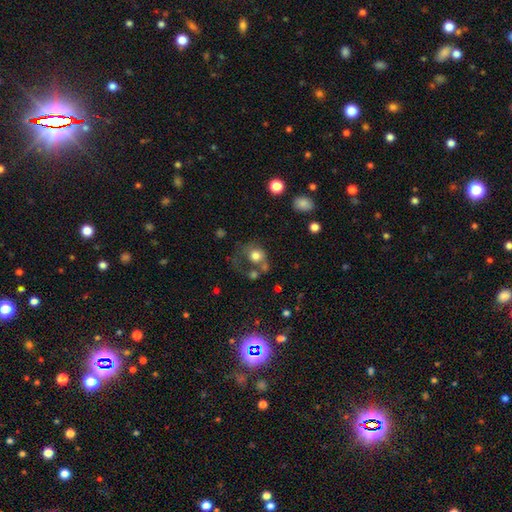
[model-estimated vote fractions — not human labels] The model was most divided on "merging": none: 37%, major disturbance: 26%, merger: 19%, minor disturbance: 18%. More confident: how rounded — round (75%); smooth or featured — smooth (74%).